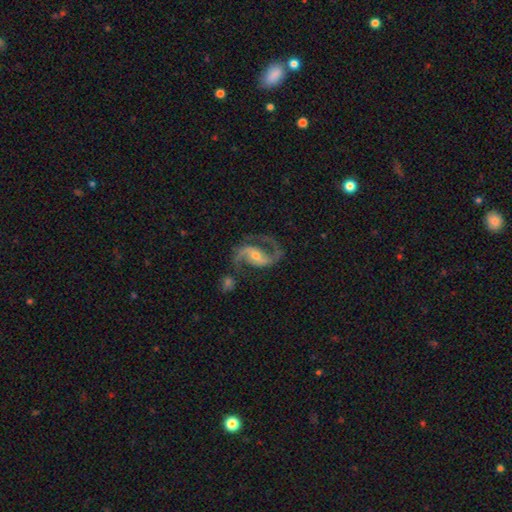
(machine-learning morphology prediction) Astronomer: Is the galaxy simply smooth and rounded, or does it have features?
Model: featured or disk — 91%.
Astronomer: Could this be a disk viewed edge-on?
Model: no — 98%.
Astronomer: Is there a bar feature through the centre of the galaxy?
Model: weak — 39% (runner-up: strong, 33%).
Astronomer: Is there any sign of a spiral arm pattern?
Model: yes — 97%.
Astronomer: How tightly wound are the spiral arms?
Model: medium — 52% (runner-up: loose, 38%).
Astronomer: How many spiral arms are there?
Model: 2 — 93%.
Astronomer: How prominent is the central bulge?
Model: moderate — 54% (runner-up: small, 41%).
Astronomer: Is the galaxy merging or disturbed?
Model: none — 66%.